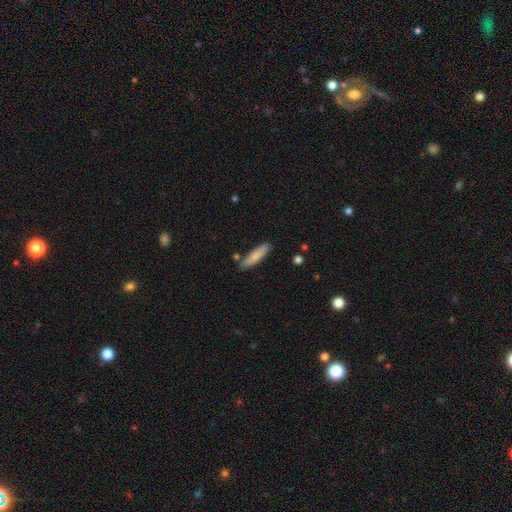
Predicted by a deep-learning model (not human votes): Overall: smooth (81%). How rounded: cigar-shaped (78%). Merging: none (84%).